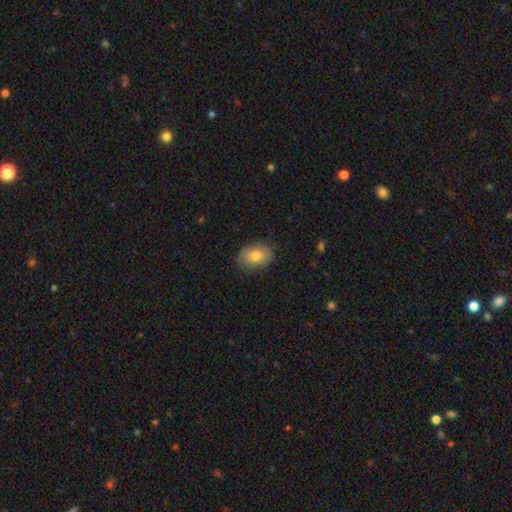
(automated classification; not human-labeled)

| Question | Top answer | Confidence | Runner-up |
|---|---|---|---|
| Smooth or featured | smooth | 79% | featured or disk (14%) |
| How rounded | in between | 78% | round (21%) |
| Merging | none | 83% | minor disturbance (13%) |